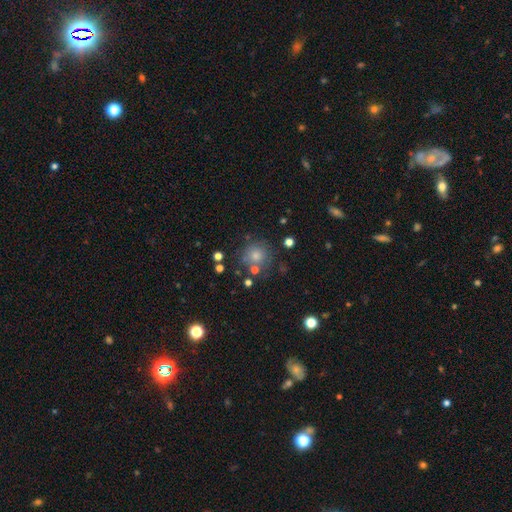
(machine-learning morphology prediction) A smooth galaxy with no disk features (76%) that is round (92%). Merging: none (73%).